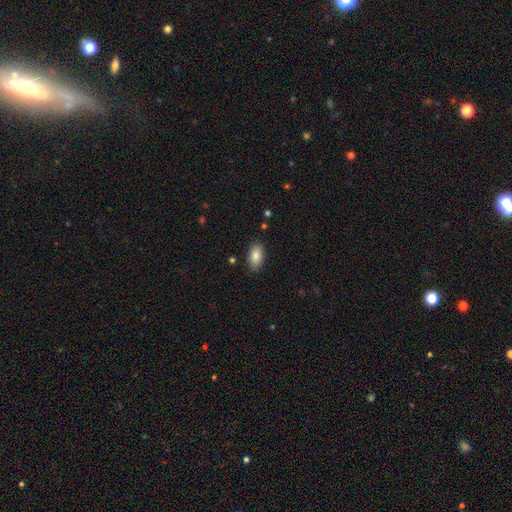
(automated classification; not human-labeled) The model was most divided on "smooth or featured": smooth: 84%, featured or disk: 8%, star or artifact: 7%. More confident: how rounded — in between (93%); merging — none (87%).